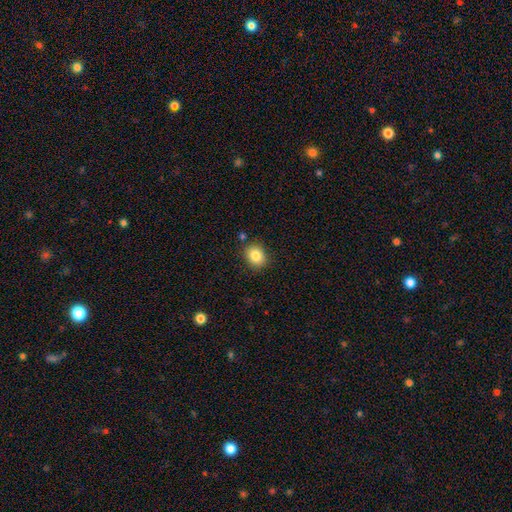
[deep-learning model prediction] Q: Smooth or featured?
A: smooth (84%); runner-up: star or artifact (10%)
Q: How rounded?
A: round (63%); runner-up: in between (36%)
Q: Merging?
A: none (84%); runner-up: minor disturbance (10%)